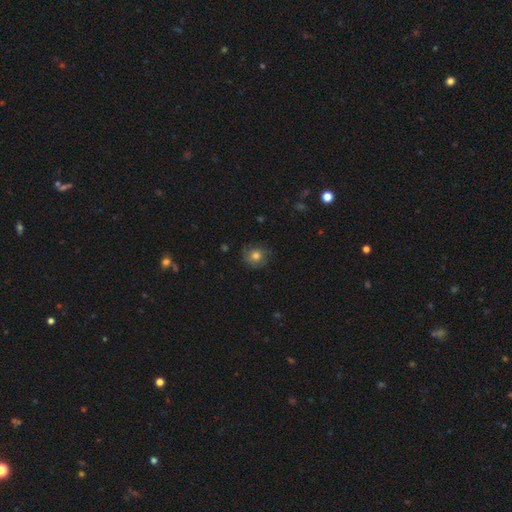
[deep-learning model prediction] This appears to be a smooth galaxy with no disk features (70%) that is round (85%). Merging: none (77%).